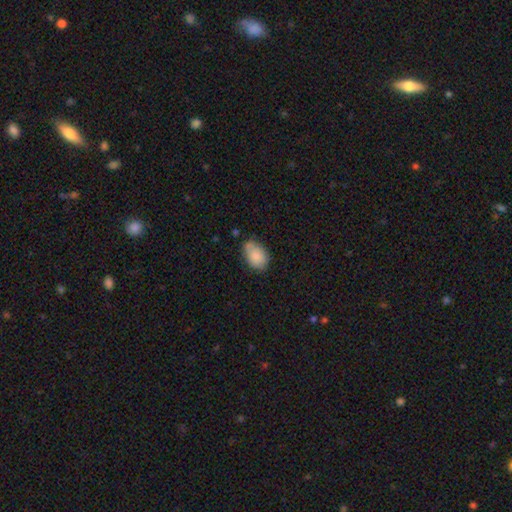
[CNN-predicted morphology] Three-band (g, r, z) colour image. It shows a smooth galaxy with no disk features (85%) that is in between round and cigar-shaped (87%). Merging: none (63%).